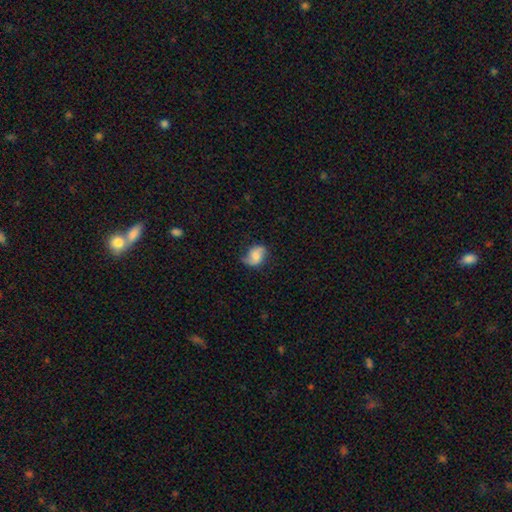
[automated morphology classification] type=featured or disk (46%, tied with smooth); merging=none (65%).